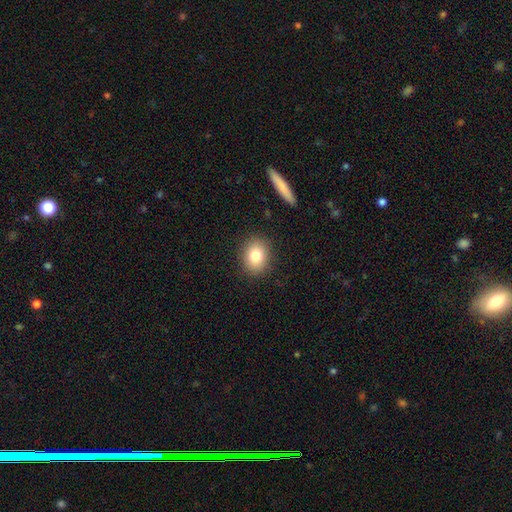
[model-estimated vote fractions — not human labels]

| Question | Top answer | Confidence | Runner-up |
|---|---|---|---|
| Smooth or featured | smooth | 81% | featured or disk (10%) |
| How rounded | round | 50% | in between (49%) |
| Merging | none | 88% | minor disturbance (8%) |